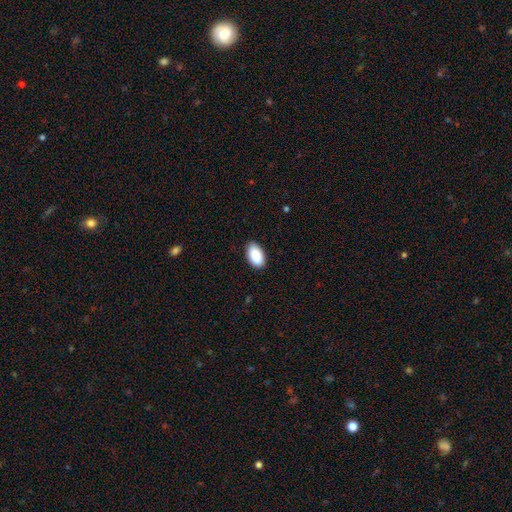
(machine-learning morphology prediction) Overall: smooth (90%). How rounded: in between (95%). Merging: none (88%).